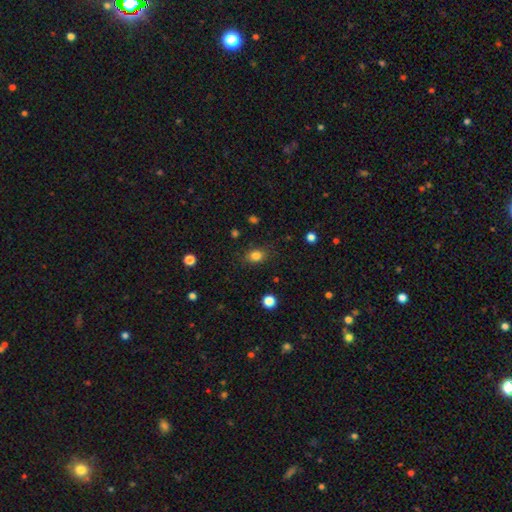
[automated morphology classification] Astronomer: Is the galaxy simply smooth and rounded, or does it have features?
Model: smooth — 82%.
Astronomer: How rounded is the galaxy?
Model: in between — 59% (runner-up: round, 39%).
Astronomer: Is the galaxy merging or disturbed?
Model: none — 81%.